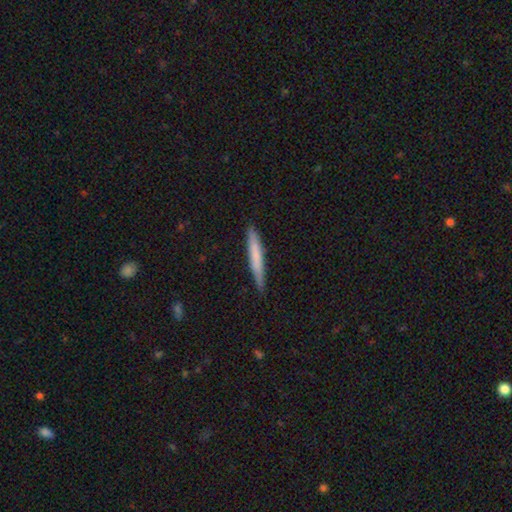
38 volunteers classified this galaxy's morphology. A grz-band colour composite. It shows a smooth galaxy with no disk features (58%) that is cigar-shaped (100%). Merging: none (94%).